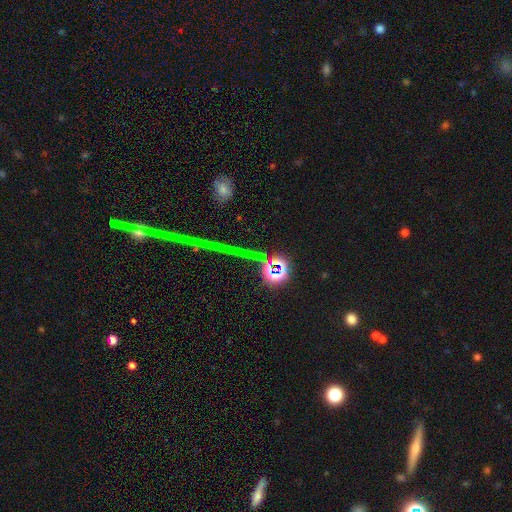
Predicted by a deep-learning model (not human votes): smooth_or_featured: star or artifact (p=0.78) [alt: smooth p=0.12]